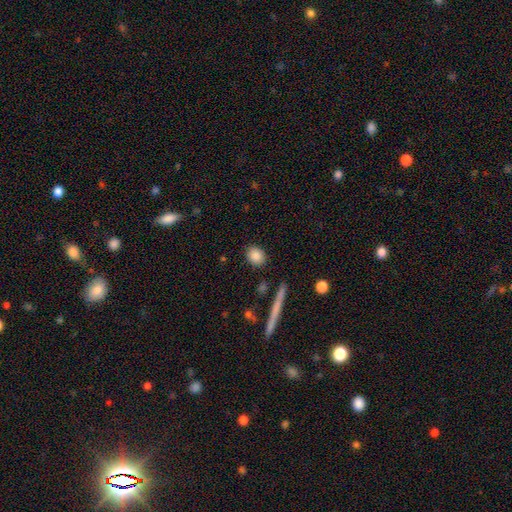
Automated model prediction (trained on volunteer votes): Q: Smooth or featured?
A: smooth (87%); runner-up: star or artifact (8%)
Q: How rounded?
A: round (53%); runner-up: in between (43%)
Q: Merging?
A: none (88%); runner-up: minor disturbance (8%)